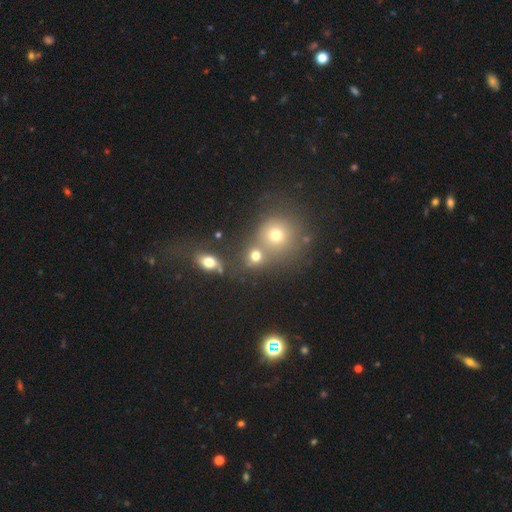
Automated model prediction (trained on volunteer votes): This appears to be a smooth galaxy with no disk features (70%) that is round (77%). Merging: none (54%).